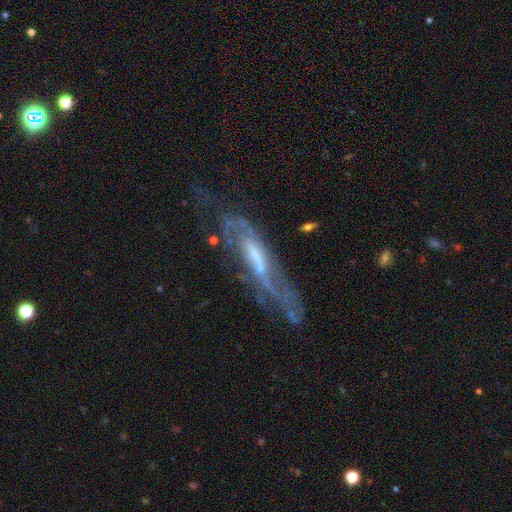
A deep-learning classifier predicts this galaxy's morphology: smooth-or-featured: featured or disk: 77% | smooth: 15% | star or artifact: 8%
  disk-edge-on: no: 67% | yes: 33%
    bar: weak: 37% | strong: 34% | no: 29%
    has-spiral-arms: yes: 75% | no: 25%
    bulge-size: small: 42% | moderate: 35% | none: 15% | large: 7% | dominant: 2%
  merging: none: 44% | major disturbance: 27% | minor disturbance: 23% | merger: 6%